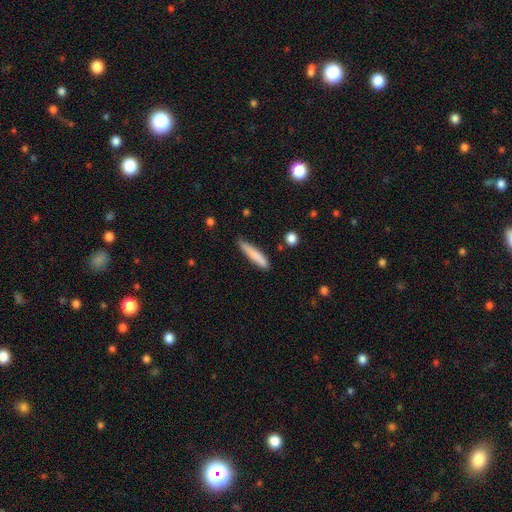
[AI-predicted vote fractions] Q: Smooth or featured?
A: smooth (81%); runner-up: featured or disk (13%)
Q: How rounded?
A: cigar-shaped (89%); runner-up: in between (9%)
Q: Merging?
A: none (77%); runner-up: minor disturbance (18%)